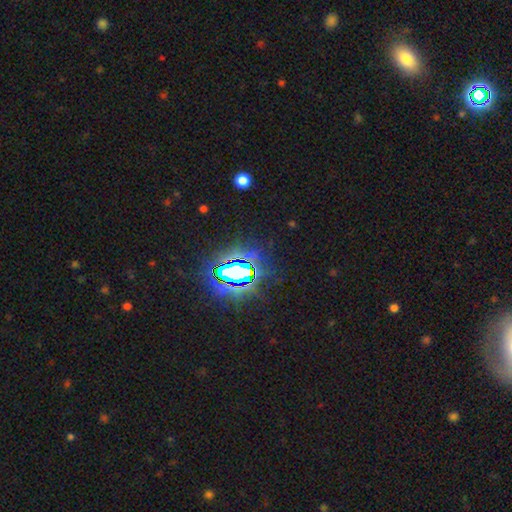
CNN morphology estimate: star or artifact 84%, smooth 10%, featured or disk 6%.